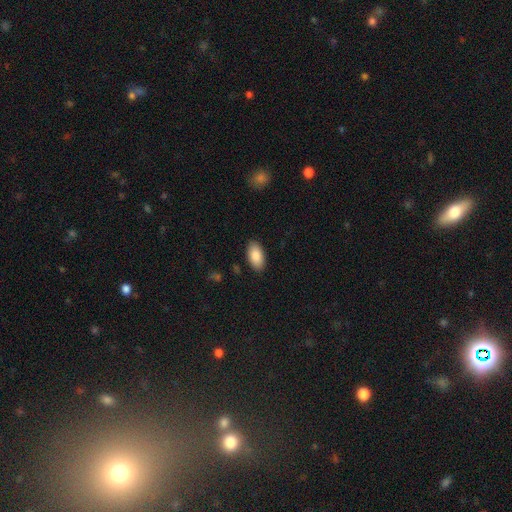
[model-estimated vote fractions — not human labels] Q: Smooth or featured?
A: smooth (88%); runner-up: star or artifact (6%)
Q: How rounded?
A: in between (95%); runner-up: round (2%)
Q: Merging?
A: none (88%); runner-up: minor disturbance (9%)